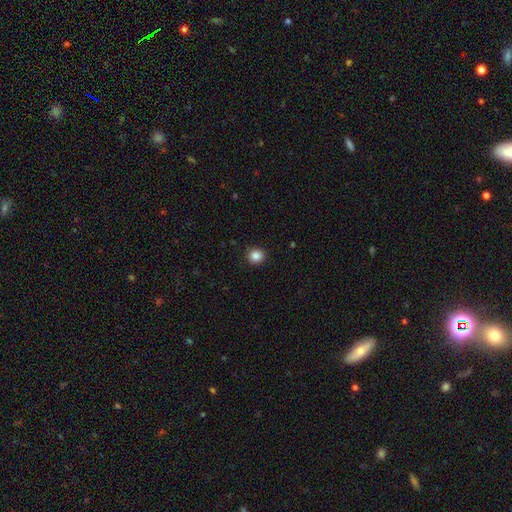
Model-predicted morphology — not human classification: A smooth galaxy with no disk features (86%) that is round (90%). Merging: none (91%).